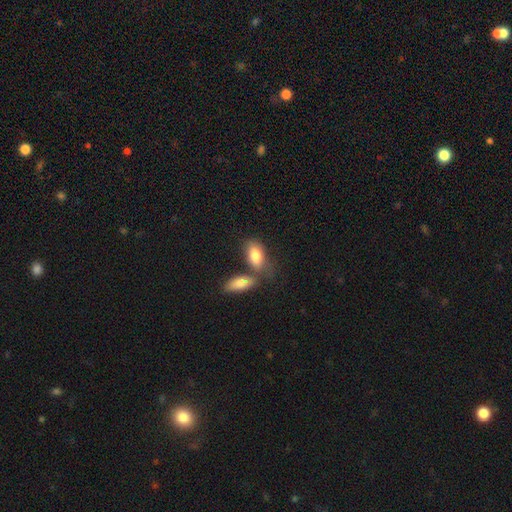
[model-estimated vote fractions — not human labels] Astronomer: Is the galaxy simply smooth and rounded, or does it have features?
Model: smooth — 81%.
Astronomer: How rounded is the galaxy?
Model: in between — 89%.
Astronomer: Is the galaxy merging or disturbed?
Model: none — 45% (runner-up: merger, 35%).